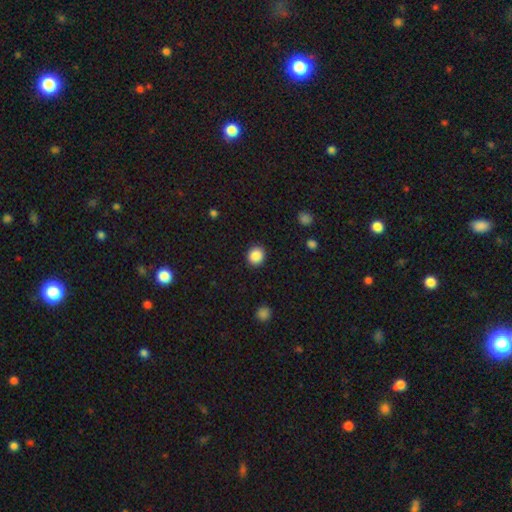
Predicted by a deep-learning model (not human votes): This is clearly a smooth galaxy (87%). How rounded: clearly round (83%). Merging: clearly none (91%).